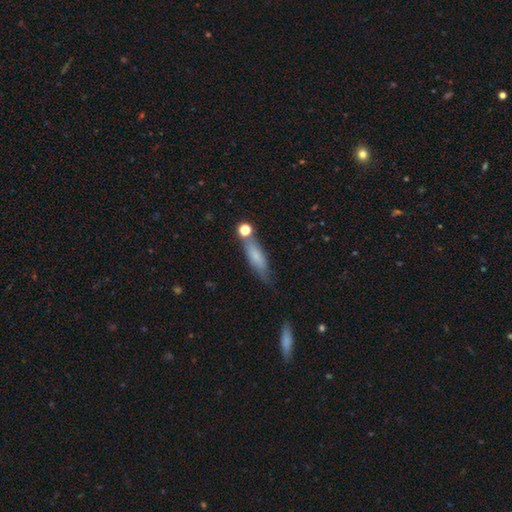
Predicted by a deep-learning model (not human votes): Smooth or featured? smooth (69%)
How rounded? cigar-shaped (60%)
Merging? none (60%)